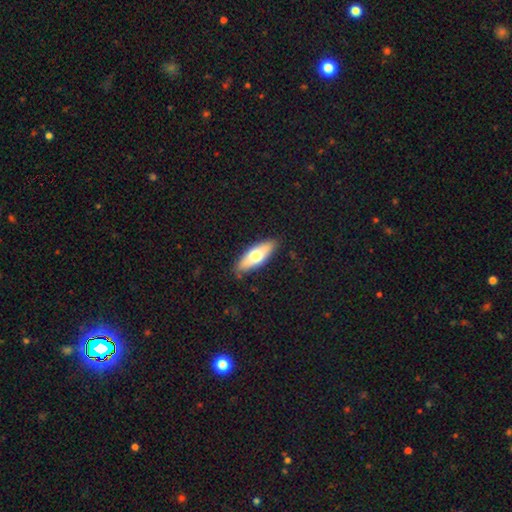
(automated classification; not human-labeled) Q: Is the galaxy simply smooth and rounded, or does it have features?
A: smooth — 65%.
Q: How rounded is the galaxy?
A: in between — 68%.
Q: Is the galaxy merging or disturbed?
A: none — 86%.